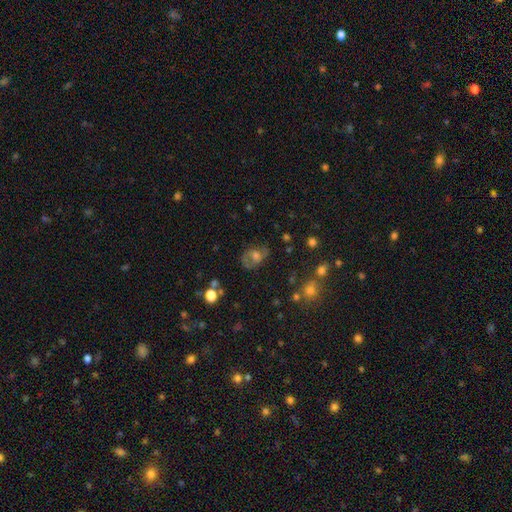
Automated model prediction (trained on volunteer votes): Overall: featured or disk (51%; smooth 34%). Edge-on disk: no (95%). Merging: none (62%).